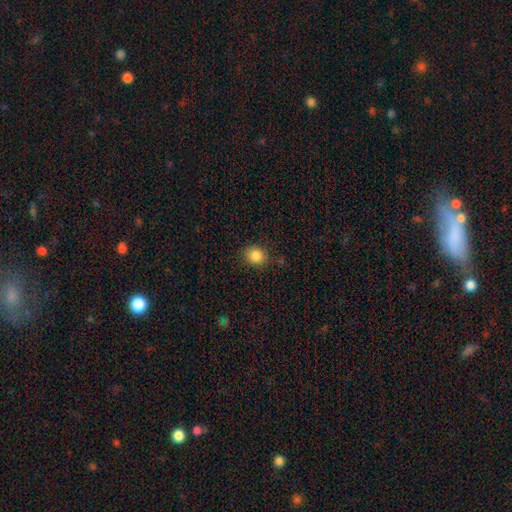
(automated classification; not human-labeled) Overall: smooth (86%). How rounded: round (73%). Merging: none (85%).